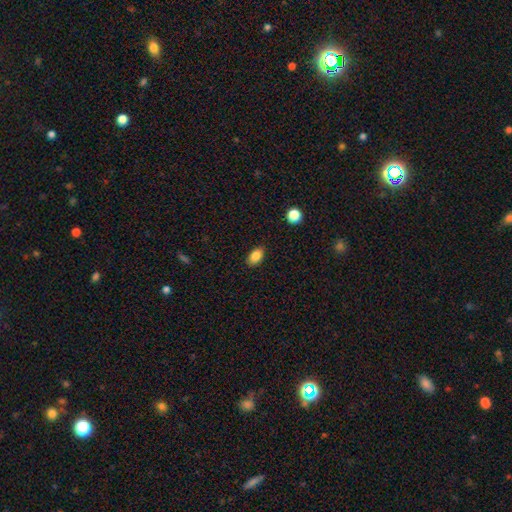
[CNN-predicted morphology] Smooth or featured: smooth — 85% (star or artifact — 9%)
How rounded: in between — 89% (round — 10%)
Merging: none — 86% (minor disturbance — 10%)